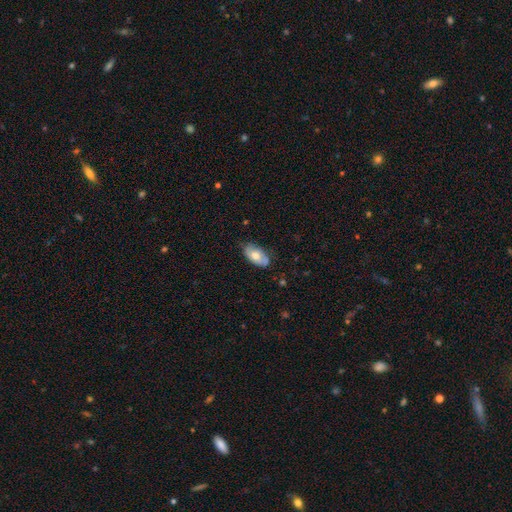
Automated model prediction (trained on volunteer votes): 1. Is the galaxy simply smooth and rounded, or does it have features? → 58% smooth, 36% featured or disk, 6% star or artifact.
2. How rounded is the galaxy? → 93% in between, 5% round, 3% cigar-shaped.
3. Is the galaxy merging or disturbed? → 71% none, 24% minor disturbance, 4% major disturbance, 1% merger.